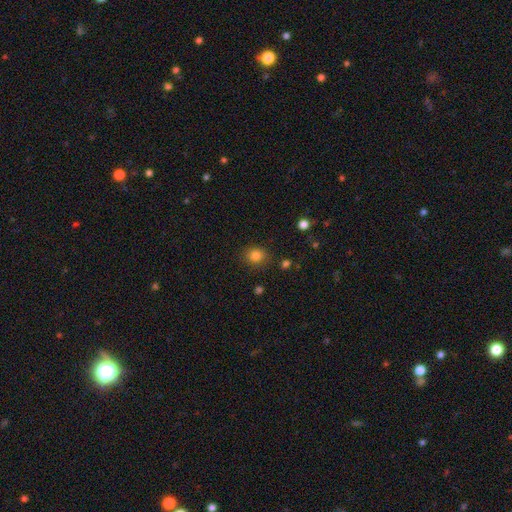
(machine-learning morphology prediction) Q: Smooth or featured?
A: smooth (82%); runner-up: star or artifact (12%)
Q: How rounded?
A: round (77%); runner-up: in between (23%)
Q: Merging?
A: none (86%); runner-up: minor disturbance (9%)